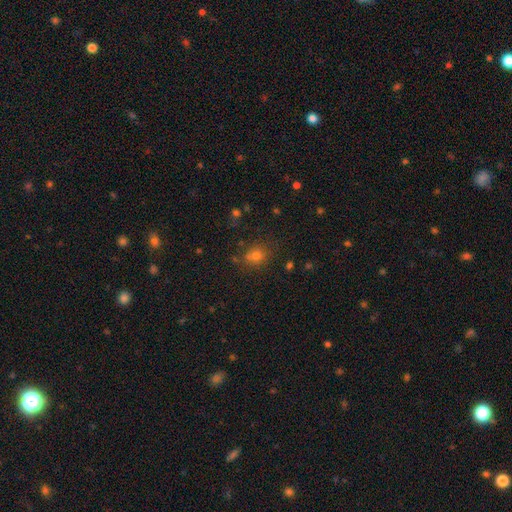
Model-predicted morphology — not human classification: smooth-or-featured: smooth: 69% | star or artifact: 23% | featured or disk: 8%
  how-rounded: round: 67% | in between: 32% | cigar-shaped: 1%
  merging: none: 77% | minor disturbance: 13% | merger: 5% | major disturbance: 4%